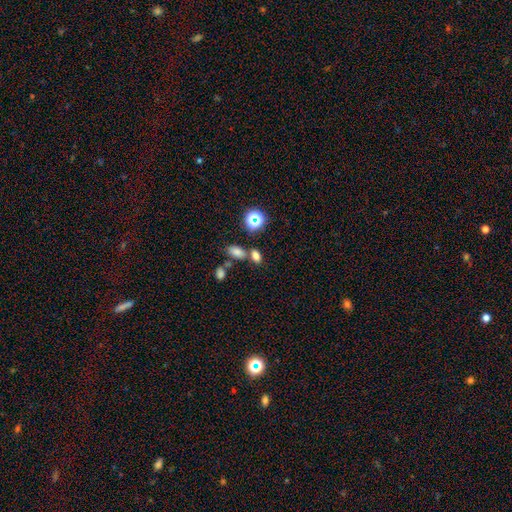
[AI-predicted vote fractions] Smooth or featured? Predicted: smooth (p=0.73). How rounded? Predicted: in between (p=0.82). Merging? Predicted: none (p=0.57).